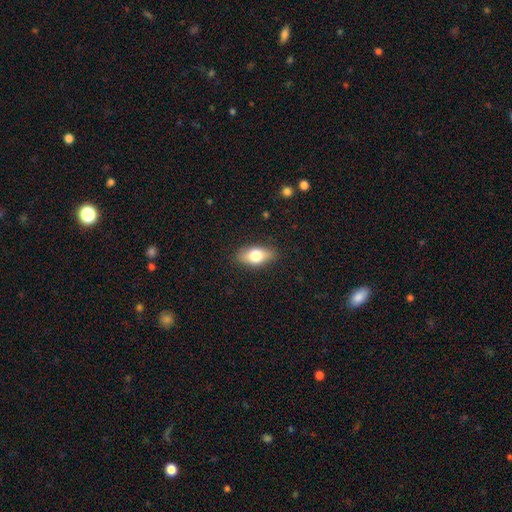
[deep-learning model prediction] The model was most divided on "smooth or featured": smooth: 71%, featured or disk: 21%, star or artifact: 7%. More confident: merging — none (86%); how rounded — in between (85%).